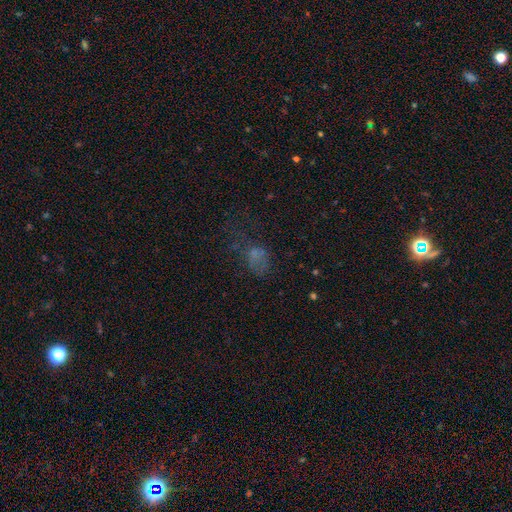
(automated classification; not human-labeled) This appears to be a smooth galaxy with no disk features (47%). Merging: major disturbance (43%).